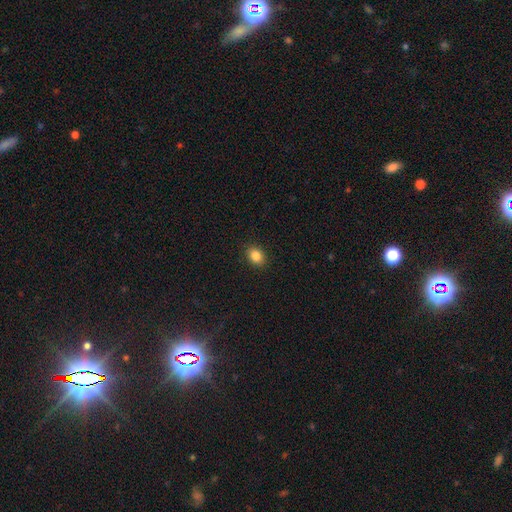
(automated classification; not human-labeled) A smooth galaxy with no disk features (85%) that is in between round and cigar-shaped (60%). Merging: none (89%).